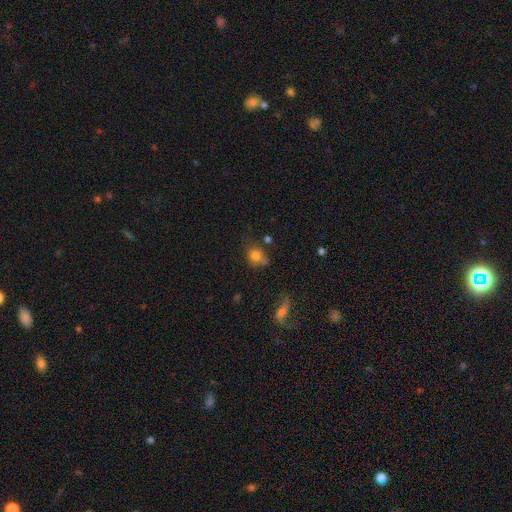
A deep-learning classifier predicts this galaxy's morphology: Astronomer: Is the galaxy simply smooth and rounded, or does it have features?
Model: smooth — 75%.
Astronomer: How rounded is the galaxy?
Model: round — 68%.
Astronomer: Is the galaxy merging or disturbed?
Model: none — 52%.